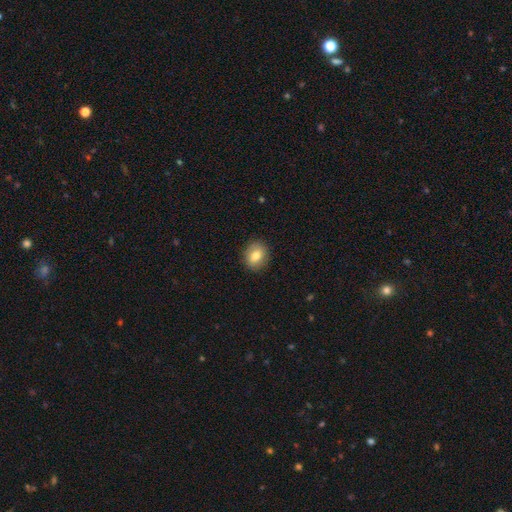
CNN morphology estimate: Overall: smooth (79%). How rounded: round (56%; in between 43%). Merging: none (88%).